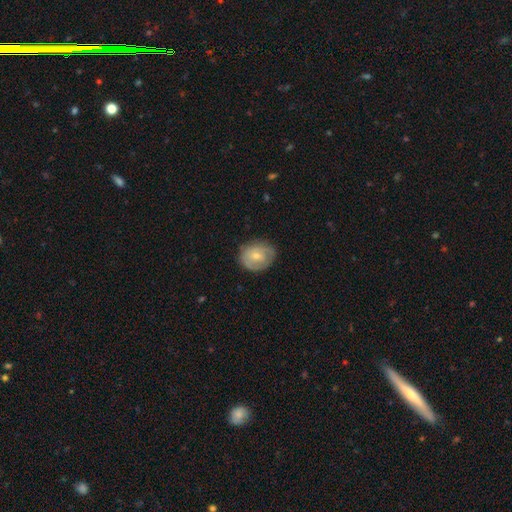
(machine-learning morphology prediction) Overall: smooth (50%; featured or disk 43%). Merging: none (73%).